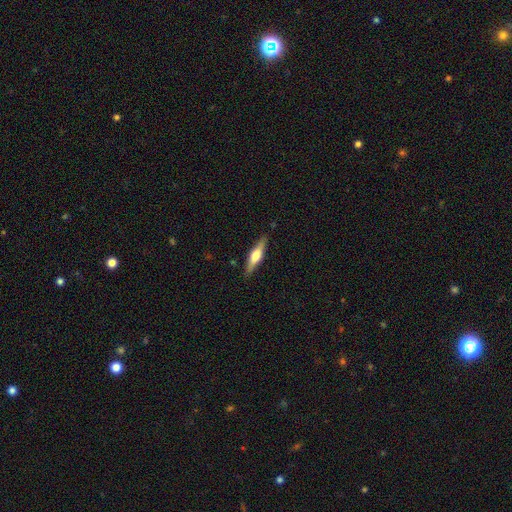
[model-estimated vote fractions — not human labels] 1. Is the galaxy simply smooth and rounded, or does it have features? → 59% featured or disk, 36% smooth, 6% star or artifact.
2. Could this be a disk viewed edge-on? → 96% yes, 4% no.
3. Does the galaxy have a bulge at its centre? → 90% rounded, 7% boxy, 3% none.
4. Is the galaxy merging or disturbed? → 88% none, 9% minor disturbance, 2% major disturbance, 1% merger.